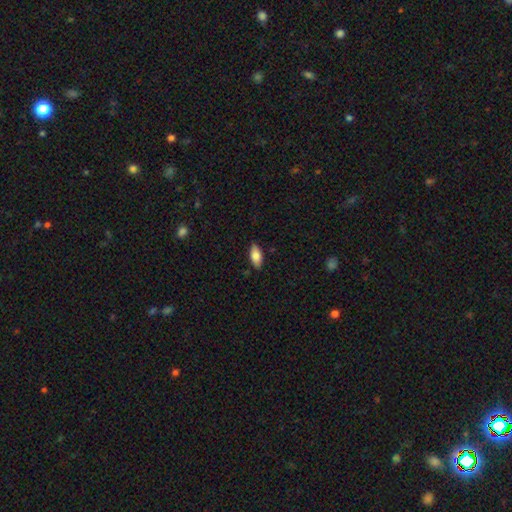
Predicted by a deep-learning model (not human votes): smooth-or-featured: smooth: 82% | featured or disk: 11% | star or artifact: 7%
  how-rounded: in between: 88% | cigar-shaped: 10% | round: 2%
  merging: none: 86% | minor disturbance: 11% | major disturbance: 2% | merger: 1%